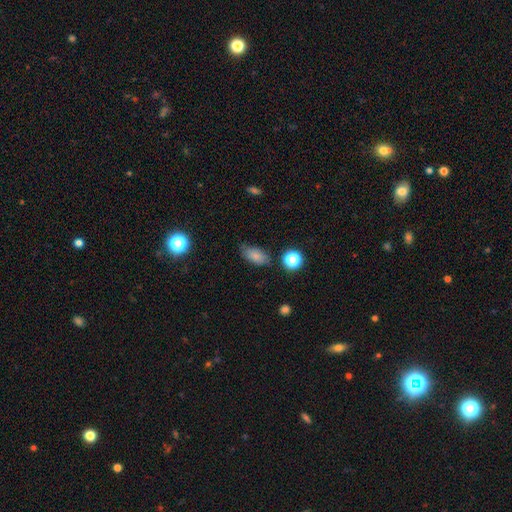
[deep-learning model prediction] A smooth galaxy with no disk features (80%) that is in between round and cigar-shaped (87%).

Vote fractions:
- Smooth or featured? smooth: 80% / star or artifact: 12% / featured or disk: 8%
- How rounded? in between: 87% / round: 9% / cigar-shaped: 4%
- Merging? none: 70% / minor disturbance: 22% / major disturbance: 5% / merger: 3%